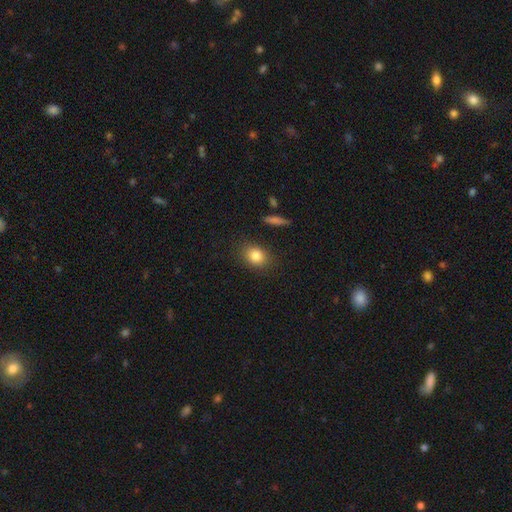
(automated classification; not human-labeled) Smooth or featured? Predicted: smooth (p=0.84). How rounded? Predicted: in between (p=0.55). Merging? Predicted: none (p=0.85).